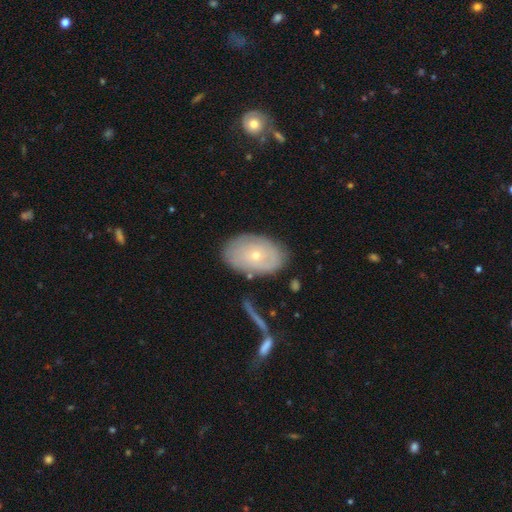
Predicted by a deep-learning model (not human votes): Smooth or featured? Predicted: featured or disk (p=0.47). Merging? Predicted: none (p=0.77).